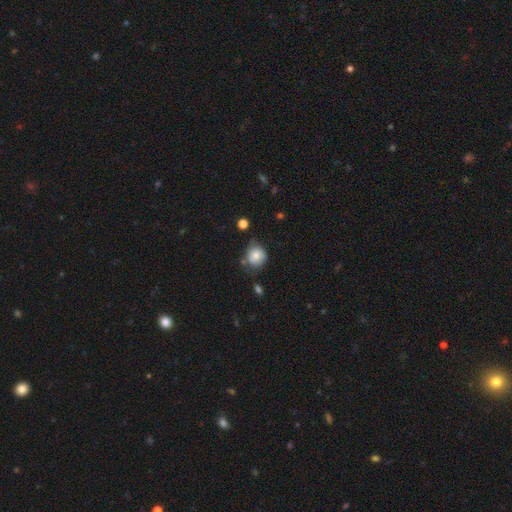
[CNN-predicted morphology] Smooth or featured? smooth (76%)
How rounded? round (75%)
Merging? none (51%)